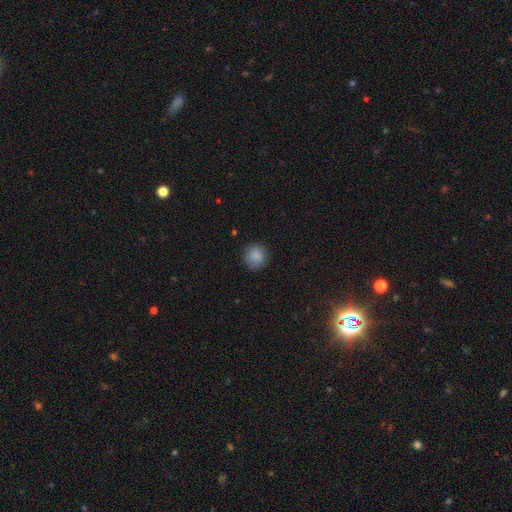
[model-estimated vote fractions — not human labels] A smooth galaxy with no disk features (87%) that is round (88%). Merging: none (85%).